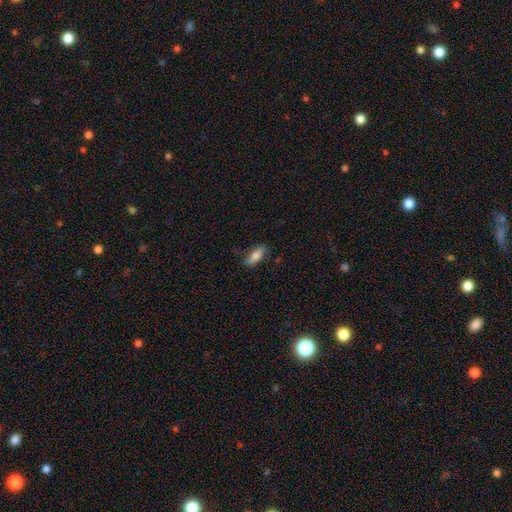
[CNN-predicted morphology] Smooth or featured? smooth (76%)
How rounded? in between (70%)
Merging? none (76%)